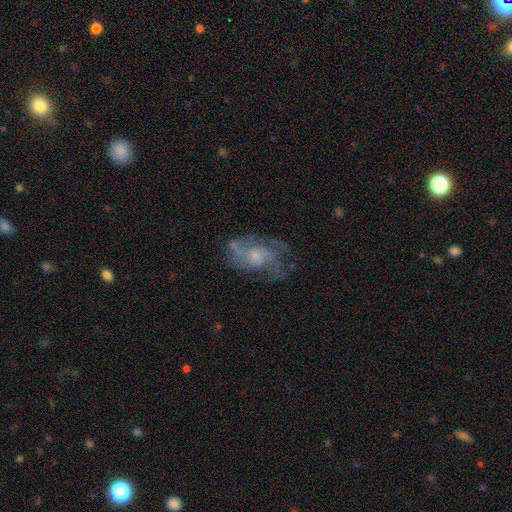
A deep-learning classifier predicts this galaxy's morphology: This appears to be a featured or disk galaxy (72%) with no bar (72%), 2 (29%, tied with can't tell) medium (46%) spiral arms (81%) and a small central bulge (46%). Merging: none (55%).